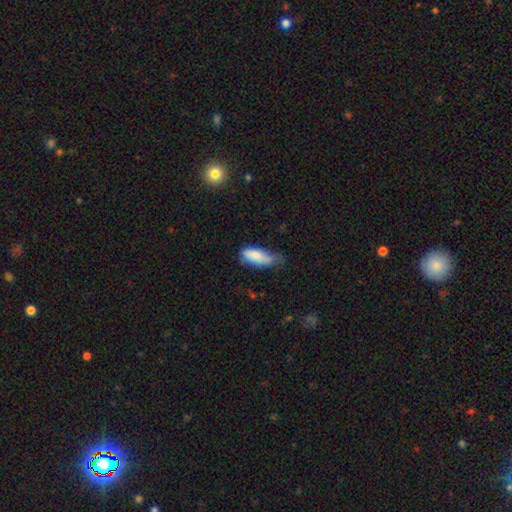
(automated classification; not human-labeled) This appears to be a smooth galaxy with no disk features (79%) that is in between round and cigar-shaped (75%). Merging: minor disturbance (46%).